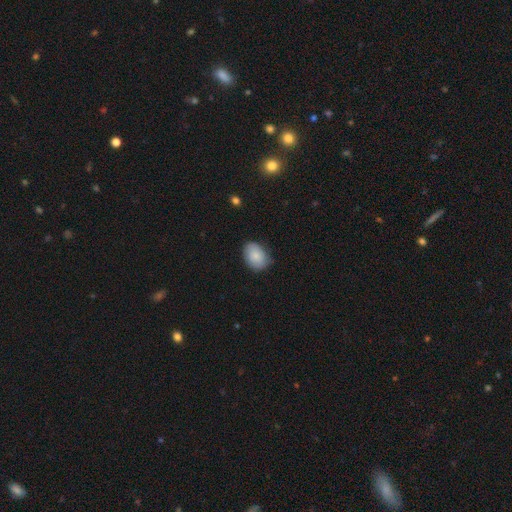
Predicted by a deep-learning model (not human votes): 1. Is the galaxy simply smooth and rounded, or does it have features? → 81% smooth, 12% featured or disk, 7% star or artifact.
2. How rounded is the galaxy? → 72% in between, 27% round, 1% cigar-shaped.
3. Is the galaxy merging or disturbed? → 73% none, 22% minor disturbance, 4% major disturbance, 1% merger.